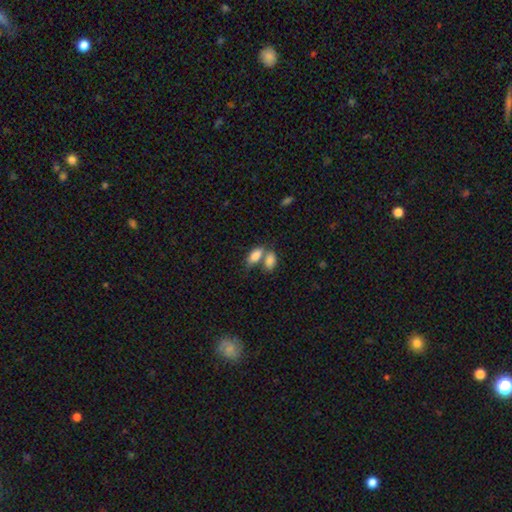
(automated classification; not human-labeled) smooth 85%, featured or disk 8%, star or artifact 7%. Down the decision tree: how rounded — in between (91%); merging — merger (53%).